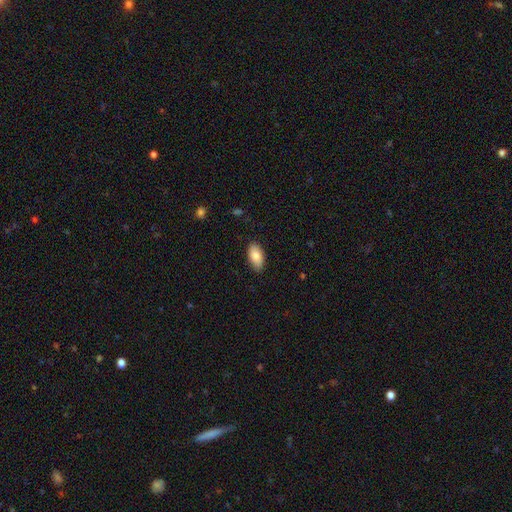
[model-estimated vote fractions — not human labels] A smooth galaxy with no disk features (85%) that is in between round and cigar-shaped (93%). Merging: none (87%).